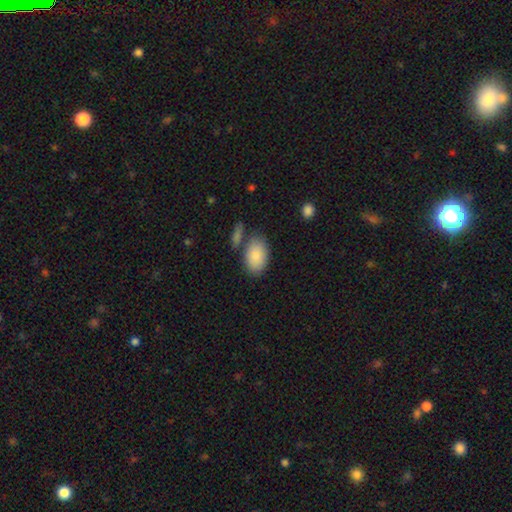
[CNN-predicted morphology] Smooth or featured?
  - smooth: 87% *
  - featured or disk: 8%
  - star or artifact: 6%
How rounded?
  - in between: 92% *
  - round: 6%
  - cigar-shaped: 2%
Merging?
  - none: 68% *
  - minor disturbance: 15%
  - merger: 12%
  - major disturbance: 4%